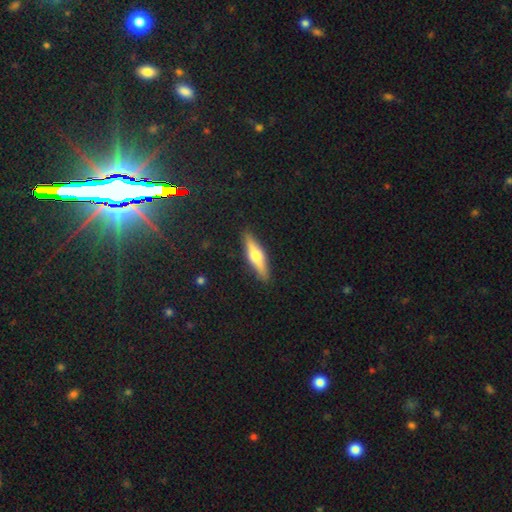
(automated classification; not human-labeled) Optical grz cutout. It shows a featured or disk galaxy (49%). Merging: none (89%).